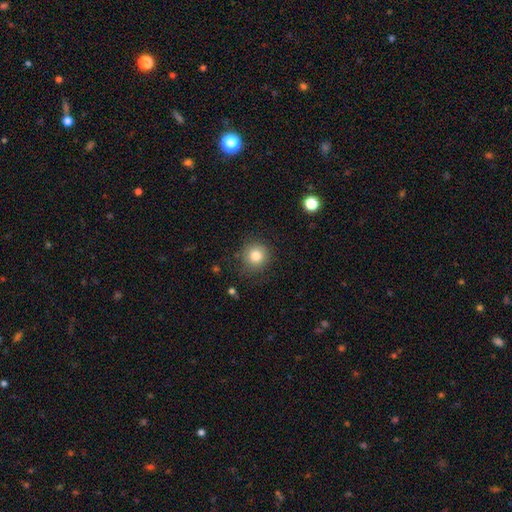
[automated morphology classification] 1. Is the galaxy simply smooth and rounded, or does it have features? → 82% smooth, 11% star or artifact, 8% featured or disk.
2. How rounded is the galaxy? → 93% round, 6% in between, 1% cigar-shaped.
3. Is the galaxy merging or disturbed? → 84% none, 11% minor disturbance, 4% major disturbance, 1% merger.